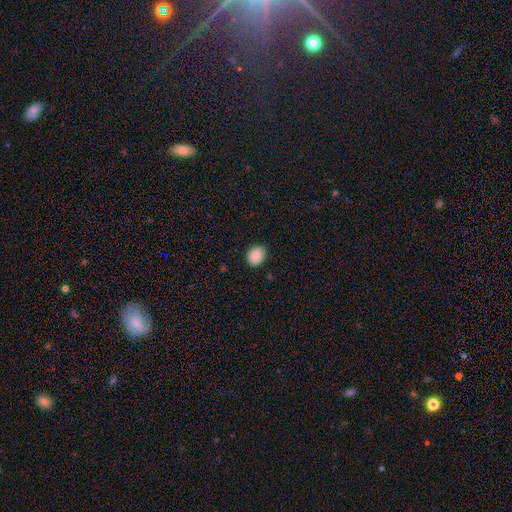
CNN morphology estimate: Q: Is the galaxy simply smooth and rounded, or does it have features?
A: smooth — 88%.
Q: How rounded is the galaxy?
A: round — 50%.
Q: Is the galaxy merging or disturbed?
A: none — 84%.